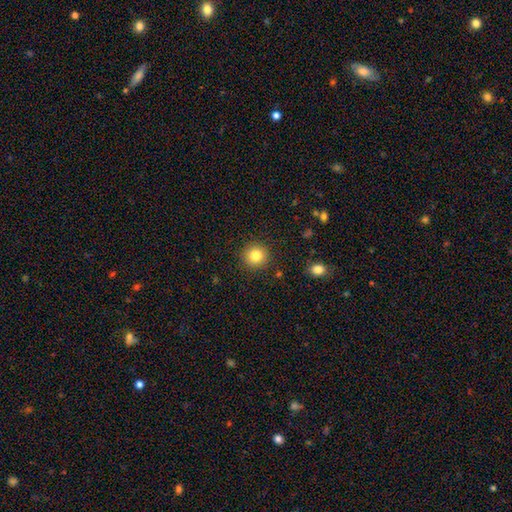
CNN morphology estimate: A smooth galaxy with no disk features (82%) that is round (93%).

Vote fractions:
- Smooth or featured? smooth: 82% / star or artifact: 11% / featured or disk: 7%
- How rounded? round: 93% / in between: 6% / cigar-shaped: 1%
- Merging? none: 90% / minor disturbance: 7% / major disturbance: 2% / merger: 1%